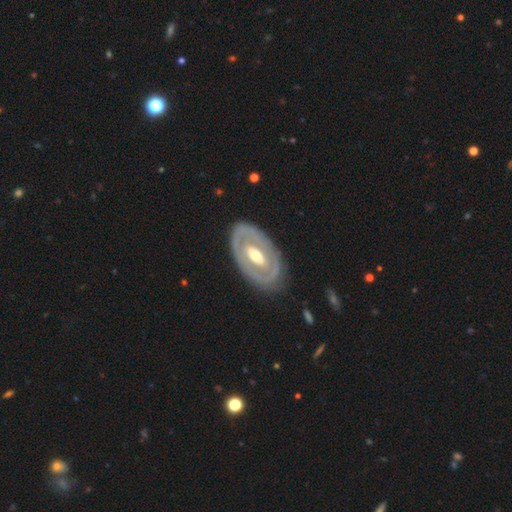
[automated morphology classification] Smooth or featured? featured or disk (72%)
Edge-on disk? no (92%)
Bar? no (48%)
Spiral arms? no (70%)
Bulge size? moderate (68%)
Merging? none (82%)